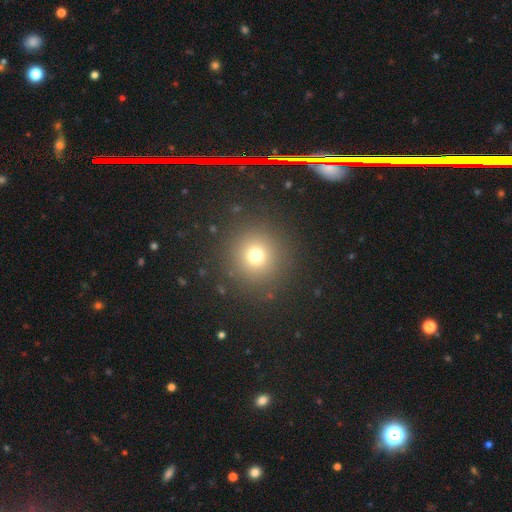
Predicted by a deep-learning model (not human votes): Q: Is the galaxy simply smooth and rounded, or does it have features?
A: smooth — 72%.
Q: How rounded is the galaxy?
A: round — 94%.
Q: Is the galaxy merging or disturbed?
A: none — 88%.